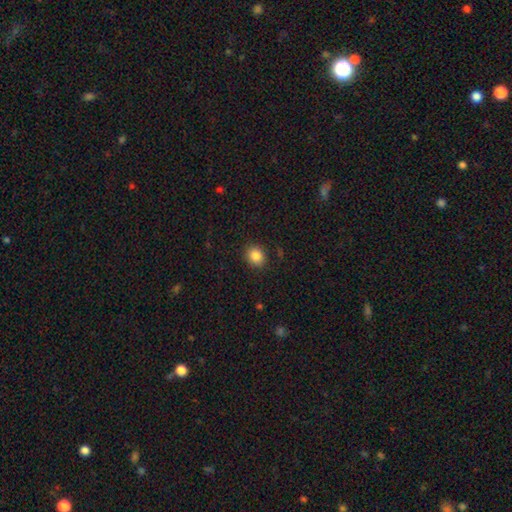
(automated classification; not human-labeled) smooth_or_featured: smooth (p=0.86) [alt: star or artifact p=0.10]
how_rounded: round (p=0.68) [alt: in between p=0.31]
merging: none (p=0.89) [alt: minor disturbance p=0.08]